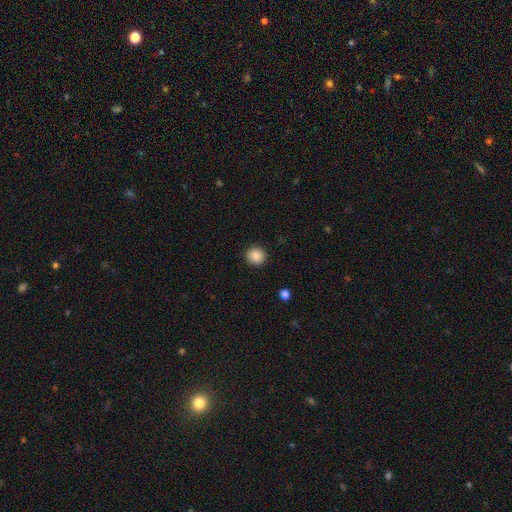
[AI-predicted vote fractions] smooth 88%, star or artifact 9%, featured or disk 3%. Down the decision tree: how rounded — round (93%); merging — none (92%).